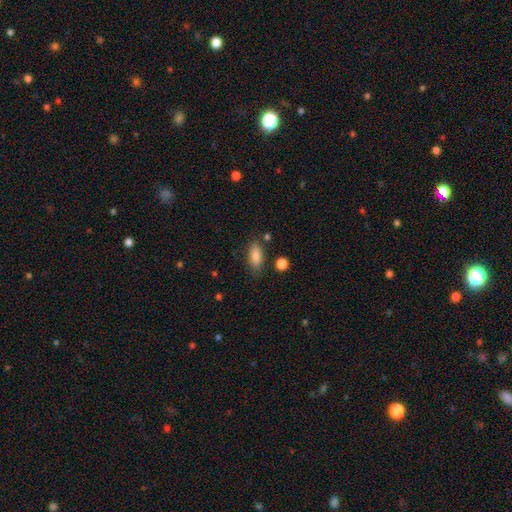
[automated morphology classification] Smooth or featured?
  - smooth: 82% *
  - star or artifact: 9%
  - featured or disk: 9%
How rounded?
  - in between: 80% *
  - cigar-shaped: 17%
  - round: 4%
Merging?
  - none: 80% *
  - minor disturbance: 14%
  - major disturbance: 3%
  - merger: 3%